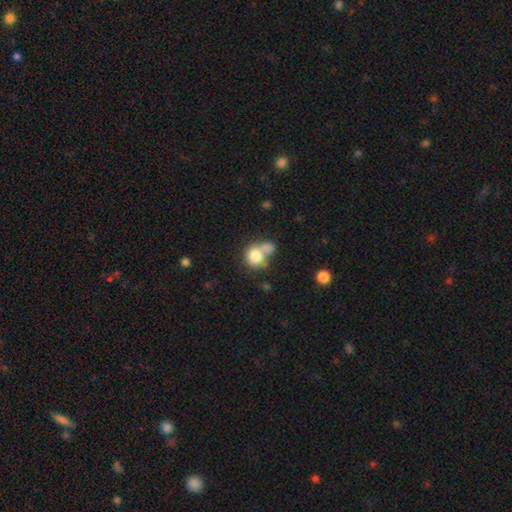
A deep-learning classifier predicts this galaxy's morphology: This is likely a smooth galaxy (80%). How rounded: likely round (71%). Merging: possibly merger (48%).